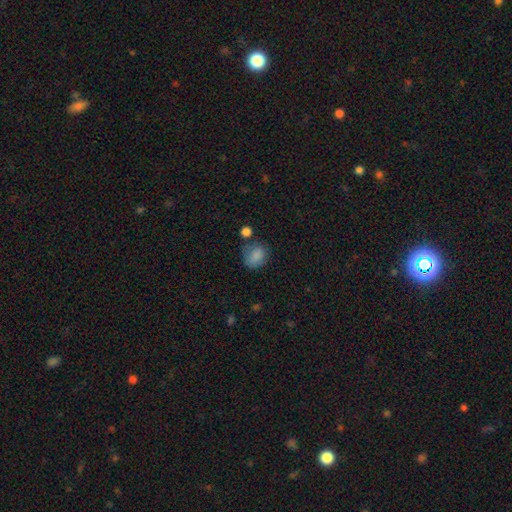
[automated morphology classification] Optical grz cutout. It shows a smooth galaxy with no disk features (83%) that is round (60%). Merging: none (60%).